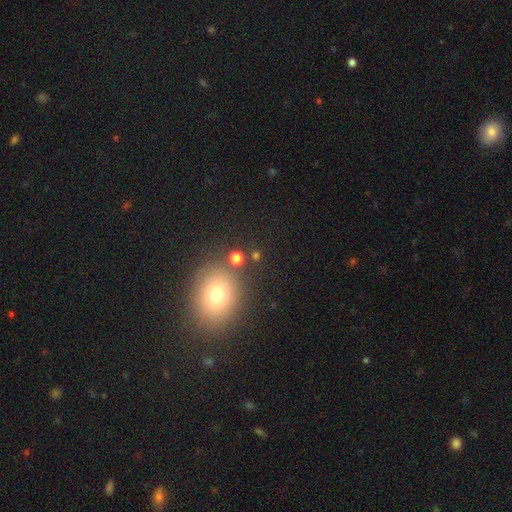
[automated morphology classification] Overall: smooth (63%; star or artifact 26%). How rounded: round (70%). Merging: none (79%).